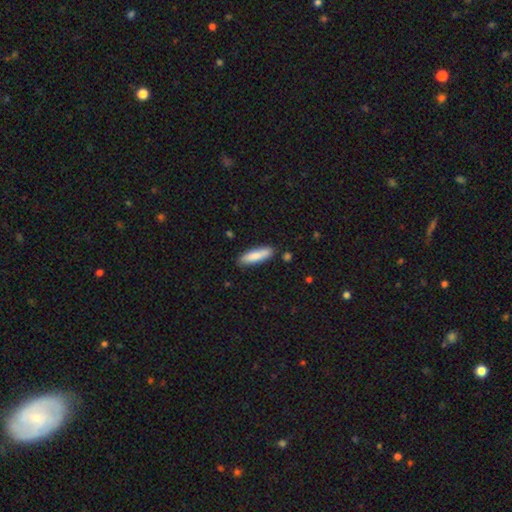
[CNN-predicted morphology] smooth 83%, featured or disk 11%, star or artifact 5%. Down the decision tree: how rounded — cigar-shaped (69%); merging — none (85%).